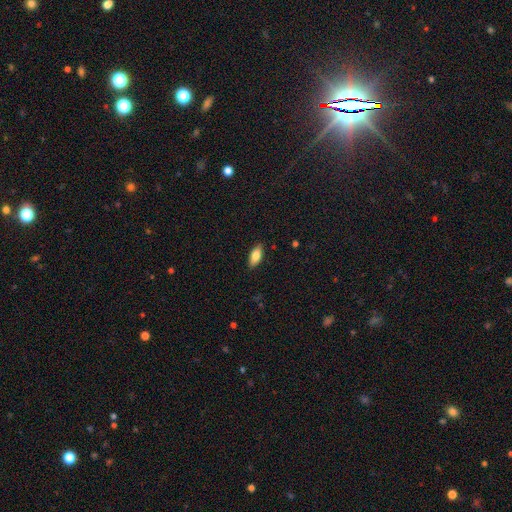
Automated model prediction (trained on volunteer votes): Overall: smooth (79%). How rounded: in between (84%). Merging: none (87%).